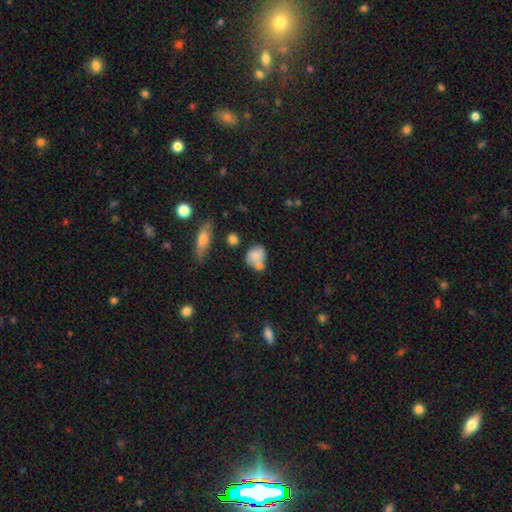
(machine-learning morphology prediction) smooth 67%, featured or disk 24%, star or artifact 9%. Down the decision tree: how rounded — round (53%); merging — none (38%).